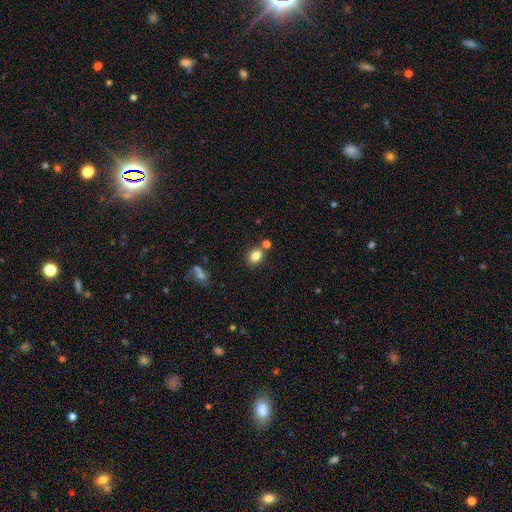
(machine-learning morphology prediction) Overall: smooth (82%). How rounded: in between (56%; round 43%). Merging: none (68%).